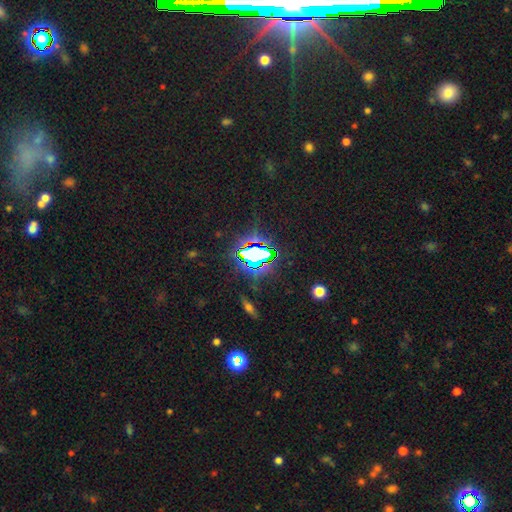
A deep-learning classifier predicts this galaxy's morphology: Q: Smooth or featured?
A: star or artifact (69%); runner-up: smooth (18%)